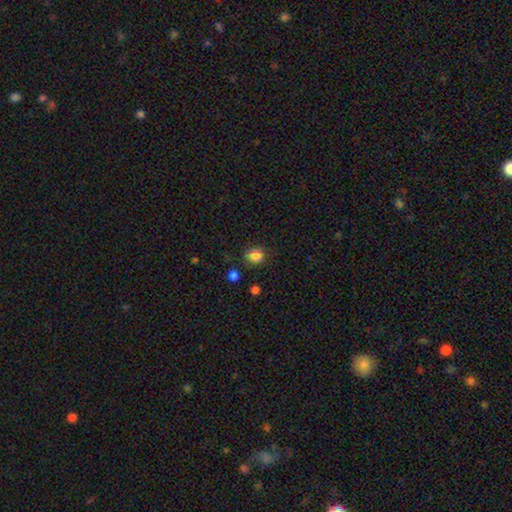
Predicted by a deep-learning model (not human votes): A smooth galaxy with no disk features (84%) that is round (81%).

Vote fractions:
- Smooth or featured? smooth: 84% / star or artifact: 12% / featured or disk: 4%
- How rounded? round: 81% / in between: 18% / cigar-shaped: 1%
- Merging? none: 80% / minor disturbance: 14% / major disturbance: 4% / merger: 3%